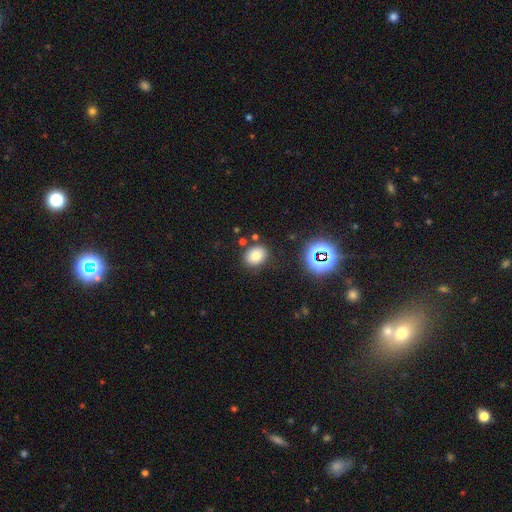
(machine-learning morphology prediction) Smooth or featured? Predicted: smooth (p=0.75). How rounded? Predicted: round (p=0.55). Merging? Predicted: none (p=0.83).